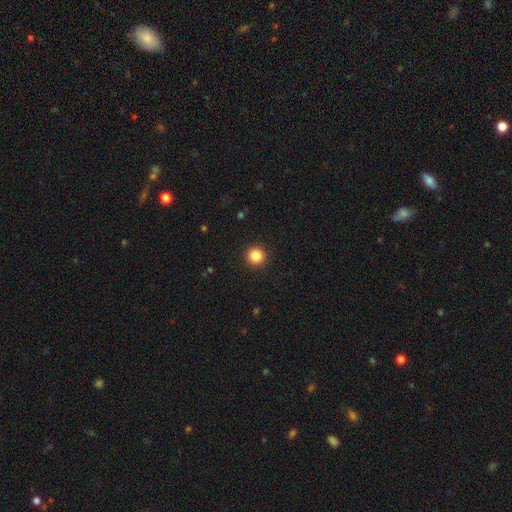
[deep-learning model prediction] A smooth galaxy with no disk features (86%) that is round (94%). Merging: none (92%).